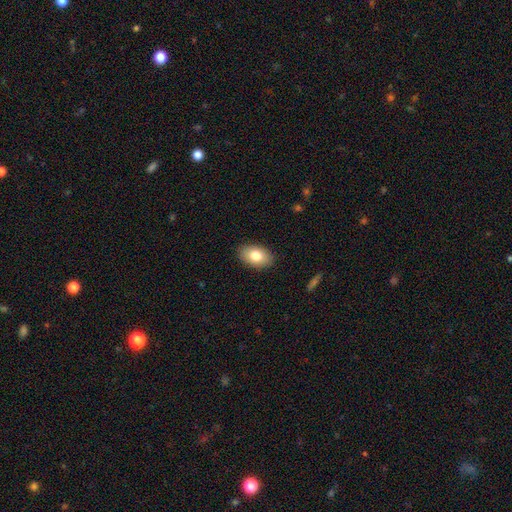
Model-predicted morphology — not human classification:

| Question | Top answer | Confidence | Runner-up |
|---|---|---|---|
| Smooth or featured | smooth | 81% | featured or disk (12%) |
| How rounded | in between | 90% | round (9%) |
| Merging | none | 88% | minor disturbance (9%) |